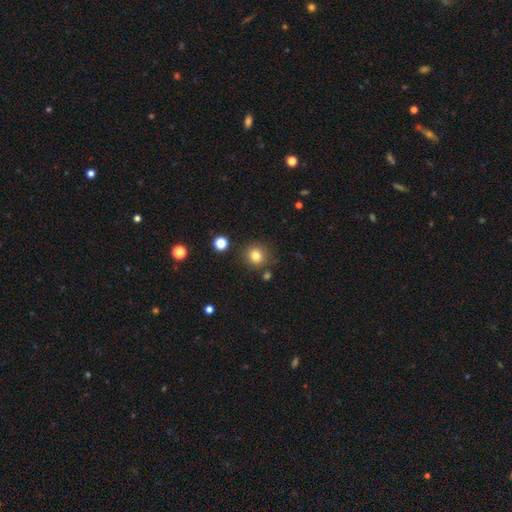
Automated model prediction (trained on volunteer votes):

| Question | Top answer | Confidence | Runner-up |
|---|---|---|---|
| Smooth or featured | smooth | 80% | star or artifact (13%) |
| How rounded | round | 91% | in between (8%) |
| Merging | none | 84% | minor disturbance (9%) |